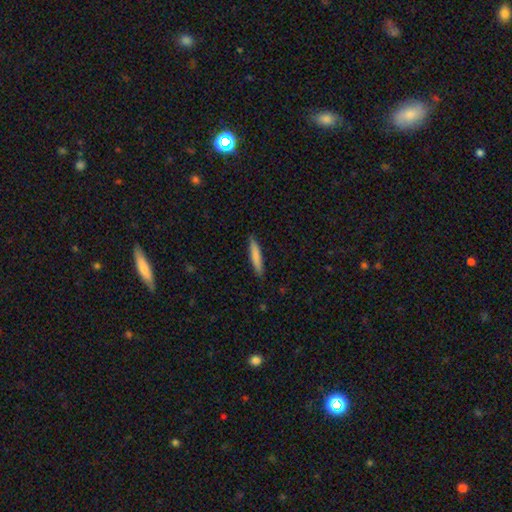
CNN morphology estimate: Smooth or featured: smooth — 78% (featured or disk — 16%)
How rounded: cigar-shaped — 90% (in between — 9%)
Merging: none — 88% (minor disturbance — 10%)